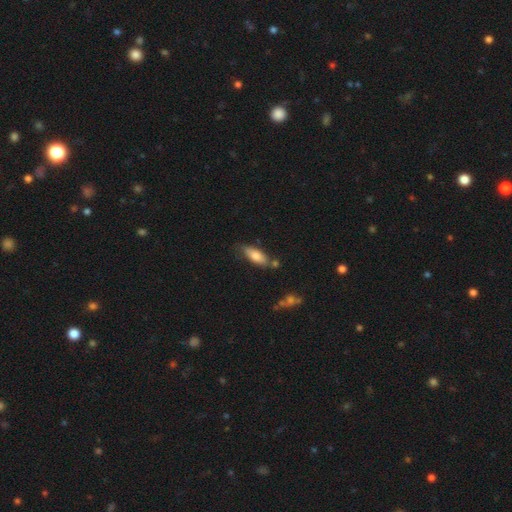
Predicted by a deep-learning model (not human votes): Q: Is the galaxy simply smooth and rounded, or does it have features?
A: smooth — 75%.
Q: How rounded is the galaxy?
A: in between — 68%.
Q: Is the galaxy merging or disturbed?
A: none — 64%.